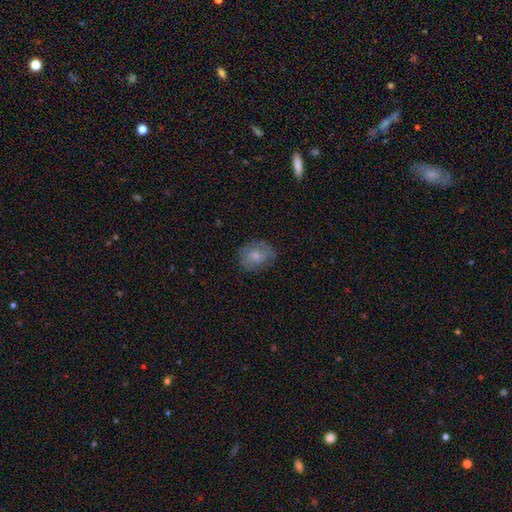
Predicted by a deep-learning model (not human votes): This appears to be a smooth galaxy with no disk features (66%) that is in between round and cigar-shaped (50%). Merging: none (69%).